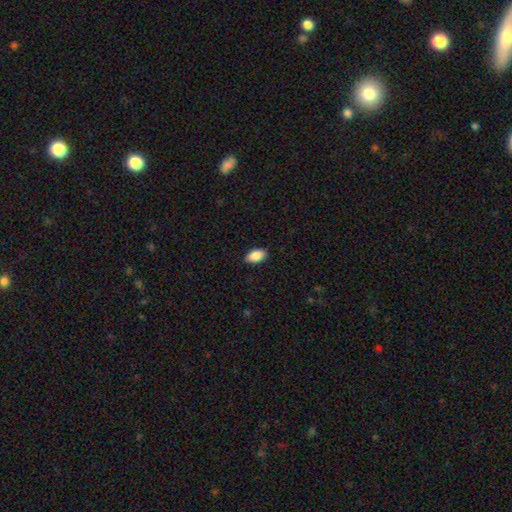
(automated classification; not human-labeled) Smooth or featured?
  - smooth: 89% *
  - star or artifact: 7%
  - featured or disk: 4%
How rounded?
  - in between: 93% *
  - round: 5%
  - cigar-shaped: 2%
Merging?
  - none: 88% *
  - minor disturbance: 10%
  - major disturbance: 2%
  - merger: 1%